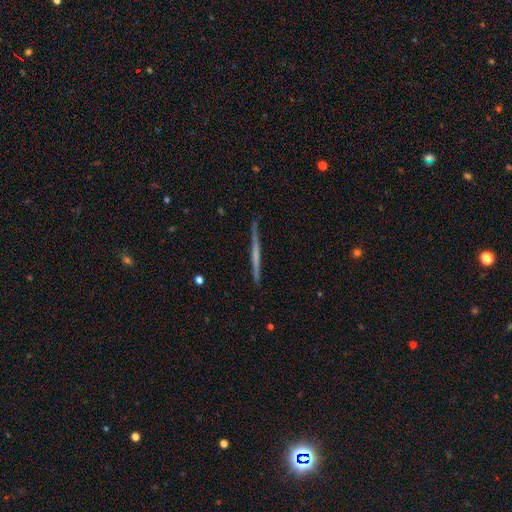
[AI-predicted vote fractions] featured or disk 58%, smooth 36%, star or artifact 6%. Down the decision tree: edge-on disk — yes (98%); edge-on bulge — none (84%); merging — none (89%).